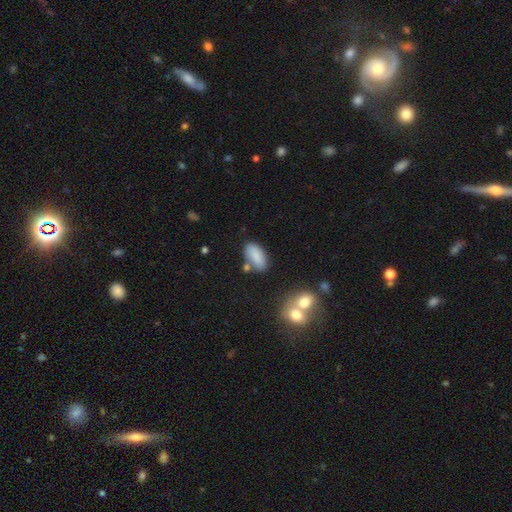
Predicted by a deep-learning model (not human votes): This is clearly a smooth galaxy (85%). How rounded: clearly in between (89%). Merging: likely none (69%).